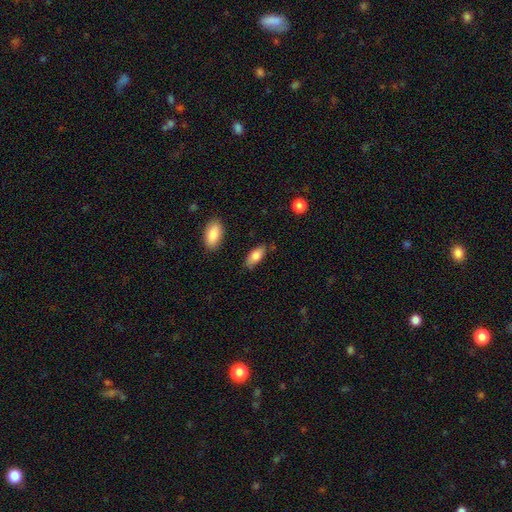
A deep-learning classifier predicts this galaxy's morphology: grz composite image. It shows a smooth galaxy with no disk features (81%) that is in between round and cigar-shaped (84%). Merging: none (78%).